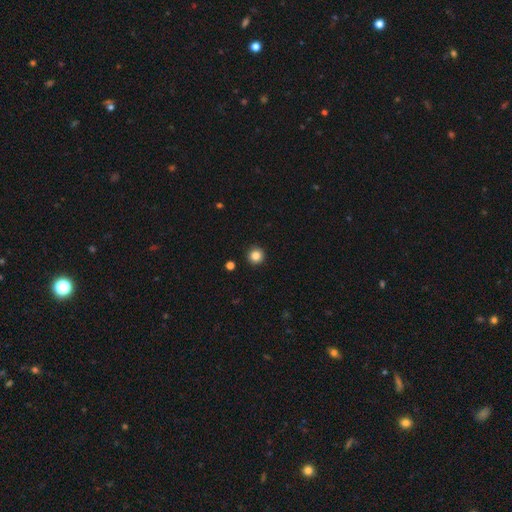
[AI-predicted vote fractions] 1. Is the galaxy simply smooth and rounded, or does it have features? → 85% smooth, 11% star or artifact, 4% featured or disk.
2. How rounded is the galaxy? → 95% round, 4% in between, 1% cigar-shaped.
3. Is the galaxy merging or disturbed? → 92% none, 5% minor disturbance, 2% major disturbance, 1% merger.